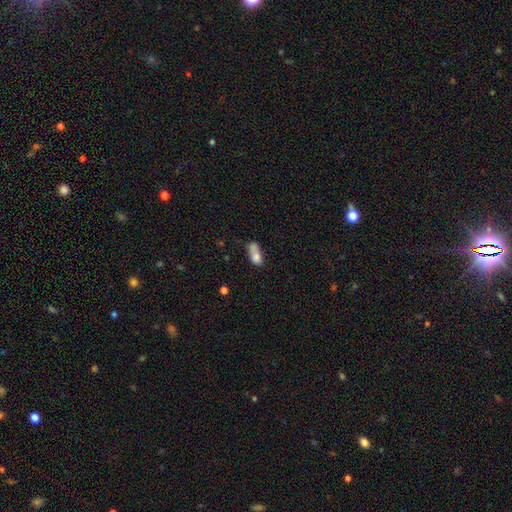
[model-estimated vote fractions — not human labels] smooth_or_featured: smooth (p=0.72) [alt: featured or disk p=0.18]
how_rounded: in between (p=0.76) [alt: round p=0.16]
merging: merger (p=0.52) [alt: none p=0.21]